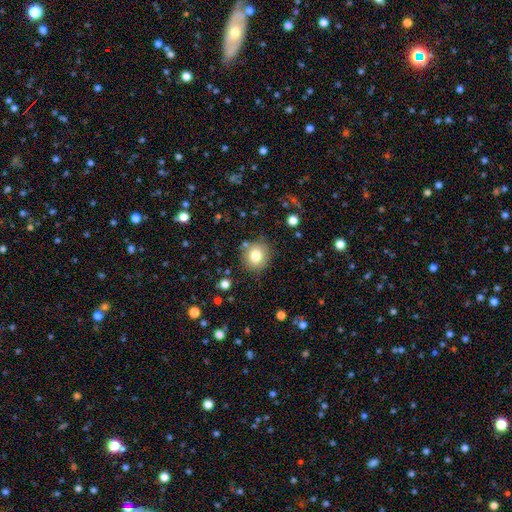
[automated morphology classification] Overall: smooth (79%). How rounded: round (87%). Merging: none (83%).